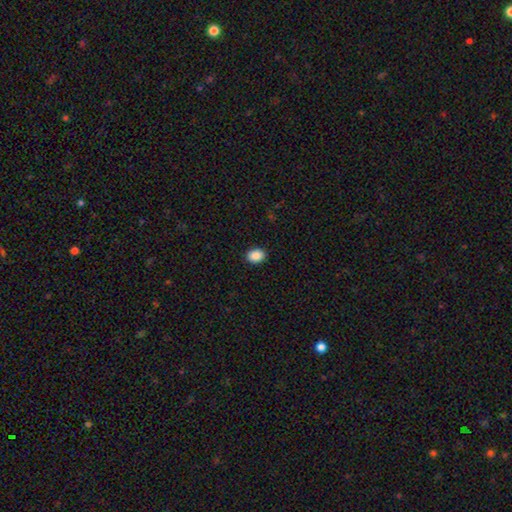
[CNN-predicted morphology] smooth 89%, star or artifact 8%, featured or disk 3%. Down the decision tree: how rounded — in between (63%); merging — none (91%).